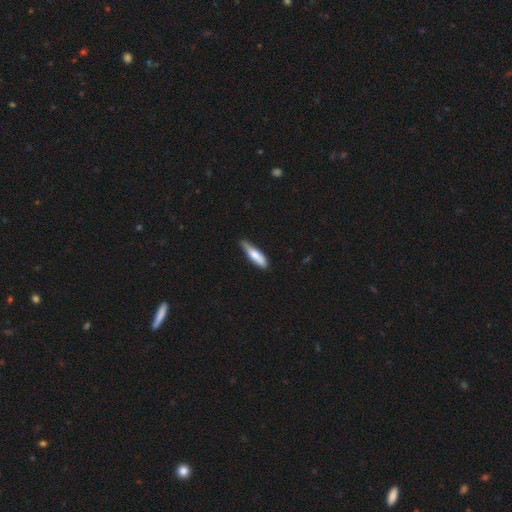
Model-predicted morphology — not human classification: Overall: smooth (72%). How rounded: cigar-shaped (72%). Merging: none (66%; minor disturbance 28%).